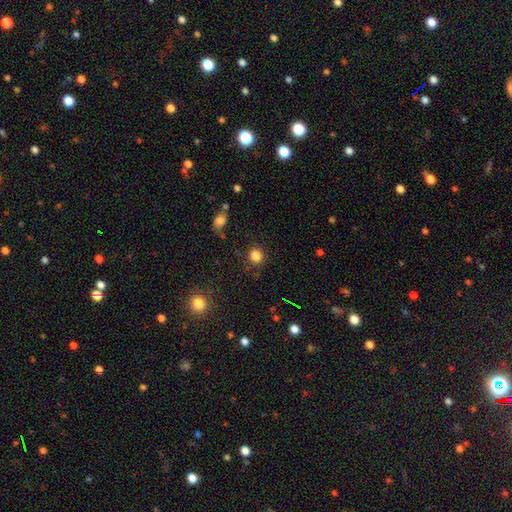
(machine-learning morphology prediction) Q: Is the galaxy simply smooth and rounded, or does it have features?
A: smooth — 84%.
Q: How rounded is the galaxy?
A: round — 80%.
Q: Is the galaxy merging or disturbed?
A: none — 87%.